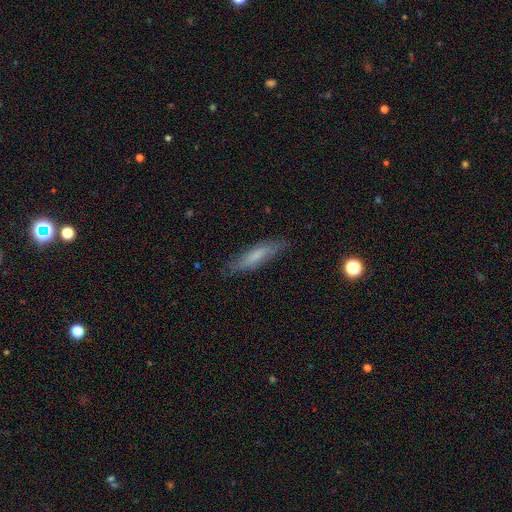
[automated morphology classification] A smooth galaxy with no disk features (64%) that is cigar-shaped (74%).

Vote fractions:
- Smooth or featured? smooth: 64% / featured or disk: 29% / star or artifact: 7%
- How rounded? cigar-shaped: 74% / in between: 24% / round: 2%
- Merging? none: 79% / minor disturbance: 16% / major disturbance: 4% / merger: 1%